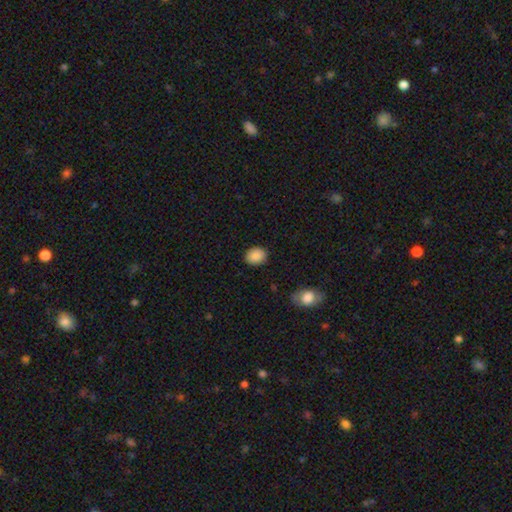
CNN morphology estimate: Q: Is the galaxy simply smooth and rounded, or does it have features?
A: smooth — 89%.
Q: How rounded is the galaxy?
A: in between — 51%.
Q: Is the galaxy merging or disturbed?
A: none — 86%.